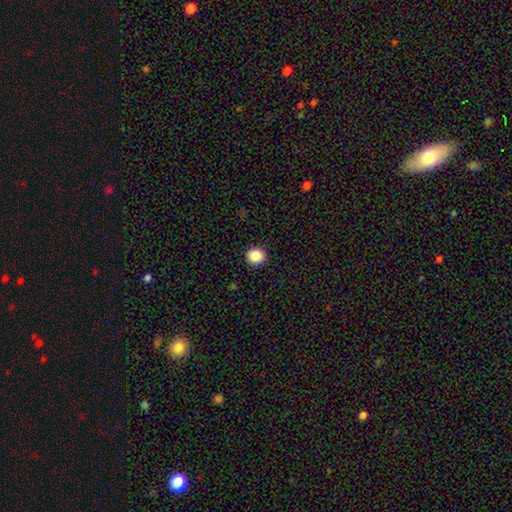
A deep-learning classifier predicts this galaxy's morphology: Smooth or featured? smooth (87%)
How rounded? round (86%)
Merging? none (92%)